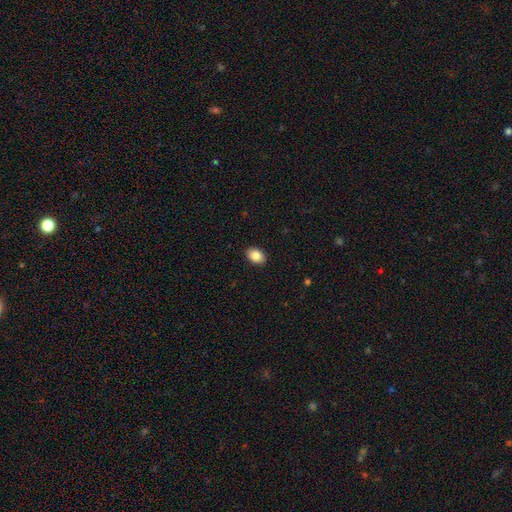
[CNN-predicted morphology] type=smooth (87%); roundness=in between (81%); merging=none (90%).